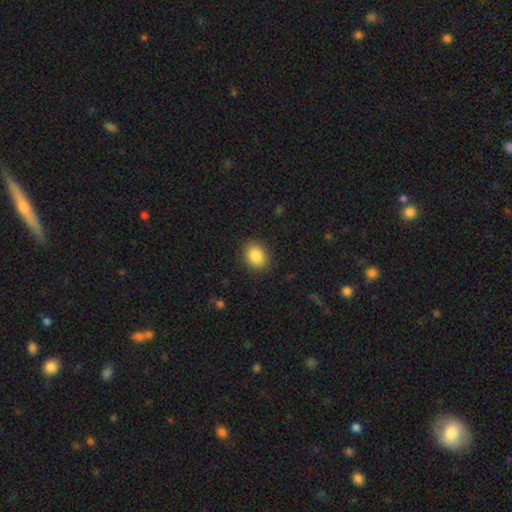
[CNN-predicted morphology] A smooth galaxy with no disk features (87%) that is in between round and cigar-shaped (55%). Merging: none (88%).